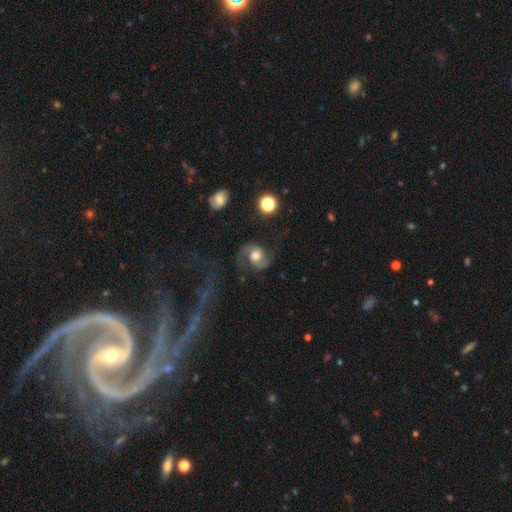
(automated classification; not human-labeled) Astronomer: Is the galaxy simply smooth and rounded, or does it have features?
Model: featured or disk — 79%.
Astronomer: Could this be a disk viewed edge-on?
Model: no — 98%.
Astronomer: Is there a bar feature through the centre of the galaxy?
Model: no — 63%.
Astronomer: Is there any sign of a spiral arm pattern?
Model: yes — 94%.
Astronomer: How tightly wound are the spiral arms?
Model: medium — 49% (runner-up: loose, 38%).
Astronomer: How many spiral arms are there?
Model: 2 — 92%.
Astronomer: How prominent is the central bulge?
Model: moderate — 62%.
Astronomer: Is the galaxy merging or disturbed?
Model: none — 68%.